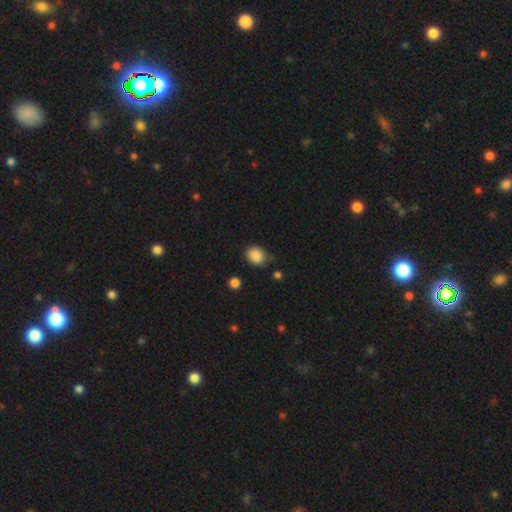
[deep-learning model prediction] This appears to be a smooth galaxy with no disk features (87%) that is round (58%). Merging: none (79%).